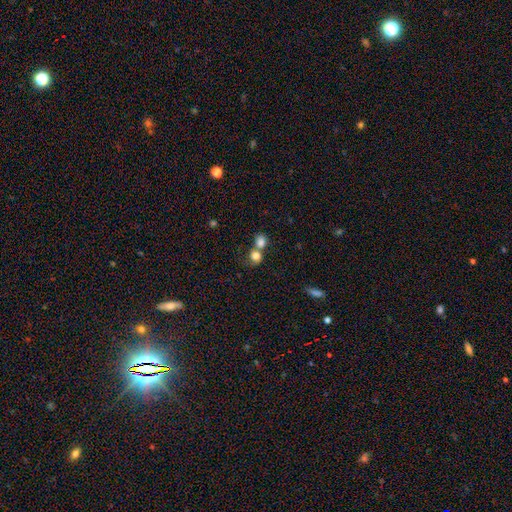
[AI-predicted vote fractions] smooth 81%, featured or disk 10%, star or artifact 9%. Down the decision tree: how rounded — round (76%); merging — merger (60%).